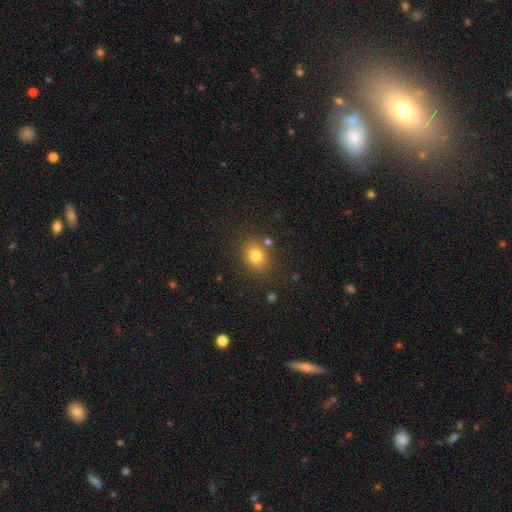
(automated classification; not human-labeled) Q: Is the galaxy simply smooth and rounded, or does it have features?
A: smooth — 80%.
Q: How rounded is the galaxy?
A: in between — 56%.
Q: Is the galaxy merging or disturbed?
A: none — 79%.